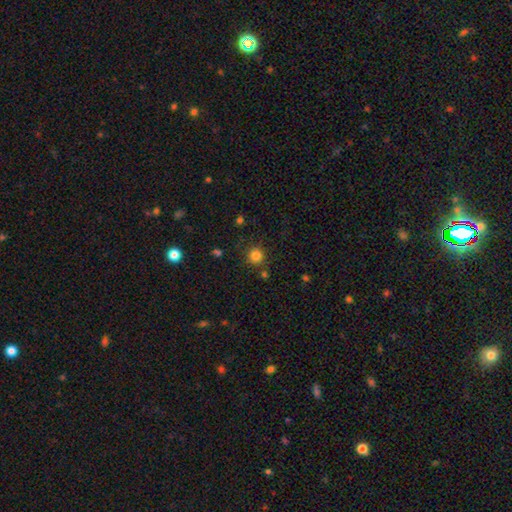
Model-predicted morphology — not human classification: Smooth or featured? smooth (82%)
How rounded? round (93%)
Merging? none (84%)